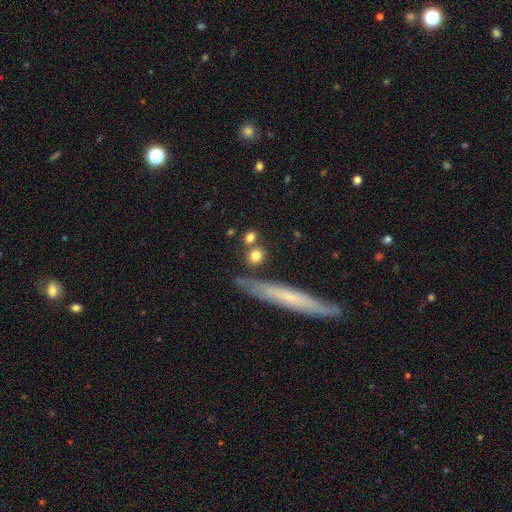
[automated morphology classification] type=smooth (78%); roundness=round (63%); merging=none (71%).